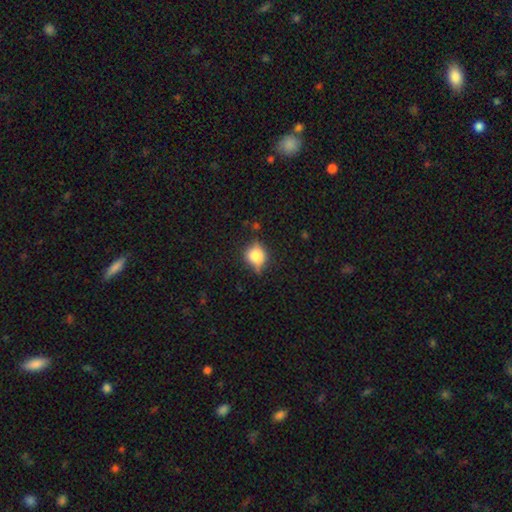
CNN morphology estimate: Smooth or featured? Predicted: smooth (p=0.73). How rounded? Predicted: round (p=0.73). Merging? Predicted: none (p=0.58).